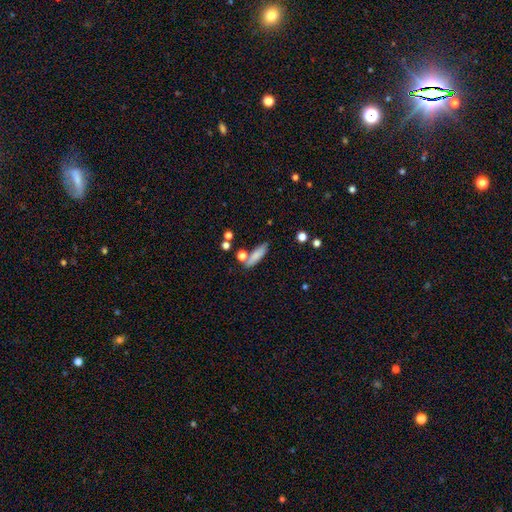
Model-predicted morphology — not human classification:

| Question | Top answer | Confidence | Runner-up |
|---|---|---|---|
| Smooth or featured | smooth | 79% | featured or disk (12%) |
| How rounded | cigar-shaped | 60% | in between (36%) |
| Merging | none | 67% | minor disturbance (16%) |